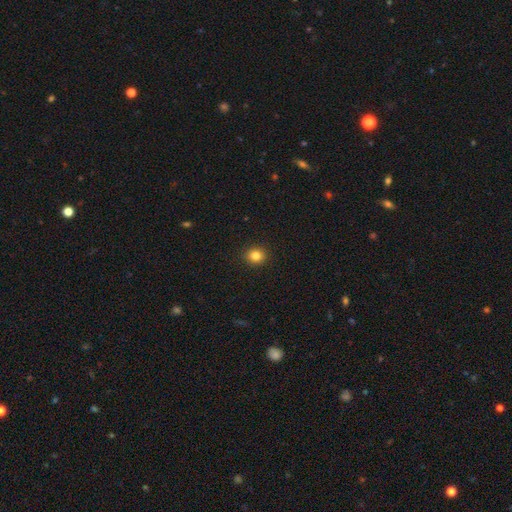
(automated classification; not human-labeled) Smooth or featured: smooth — 84% (star or artifact — 12%)
How rounded: round — 81% (in between — 18%)
Merging: none — 92% (minor disturbance — 5%)